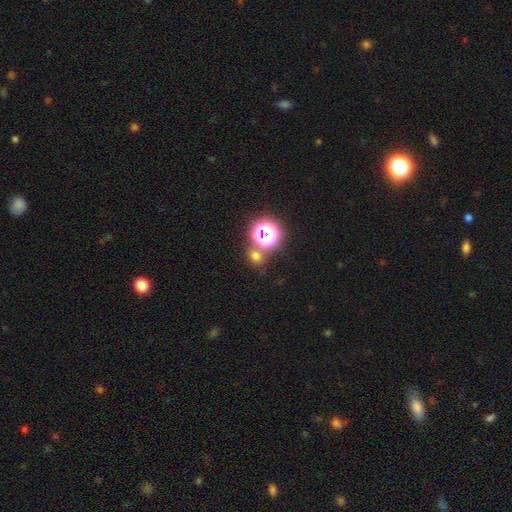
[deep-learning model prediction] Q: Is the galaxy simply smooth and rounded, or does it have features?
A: smooth — 58%.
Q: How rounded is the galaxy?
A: round — 77%.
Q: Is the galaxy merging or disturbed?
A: none — 69%.